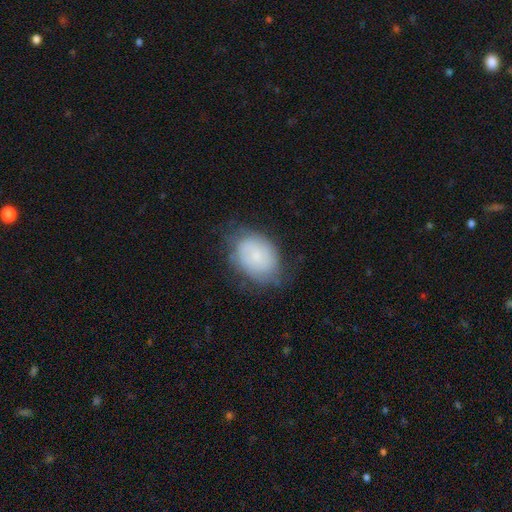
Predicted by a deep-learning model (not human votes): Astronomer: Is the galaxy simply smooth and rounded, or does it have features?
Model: smooth — 53% (runner-up: featured or disk, 39%).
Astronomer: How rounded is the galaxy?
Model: in between — 70%.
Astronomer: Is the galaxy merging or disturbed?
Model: none — 64%.